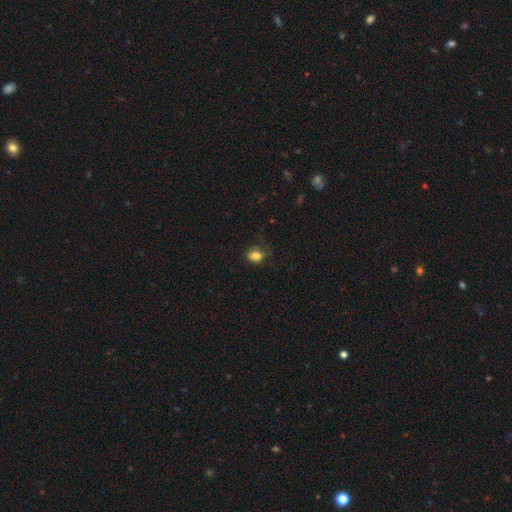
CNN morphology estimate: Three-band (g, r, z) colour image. It shows a smooth galaxy with no disk features (81%) that is in between round and cigar-shaped (69%). Merging: none (56%).